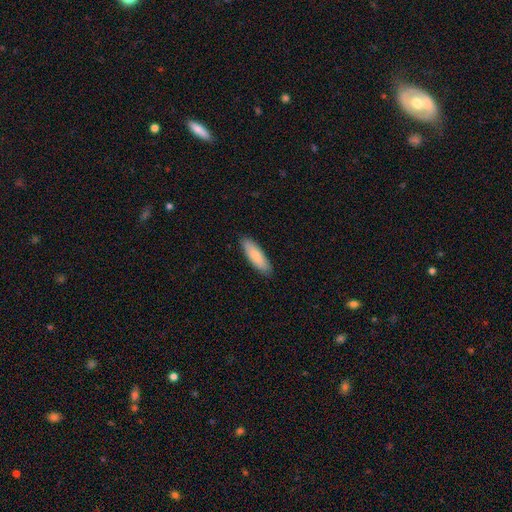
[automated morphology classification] Q: Smooth or featured?
A: smooth (83%); runner-up: featured or disk (12%)
Q: How rounded?
A: cigar-shaped (52%); runner-up: in between (47%)
Q: Merging?
A: none (88%); runner-up: minor disturbance (9%)